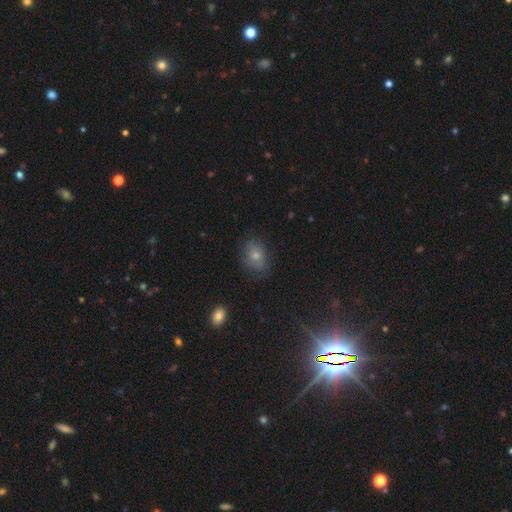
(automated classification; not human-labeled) This is likely a smooth galaxy (68%). How rounded: likely in between (62%). Merging: likely none (69%).